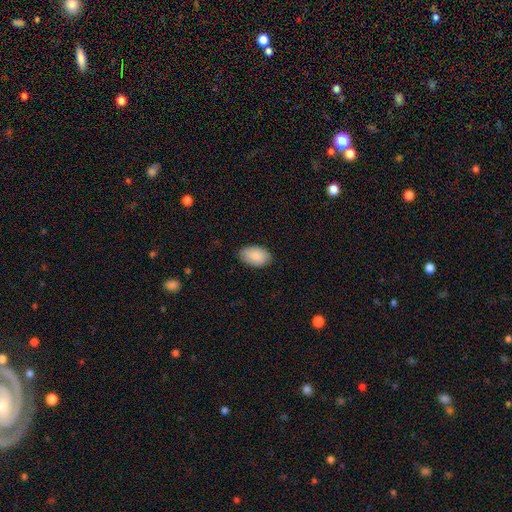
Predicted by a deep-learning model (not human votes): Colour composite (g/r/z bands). It shows a smooth galaxy with no disk features (87%) that is in between round and cigar-shaped (94%). Merging: none (85%).